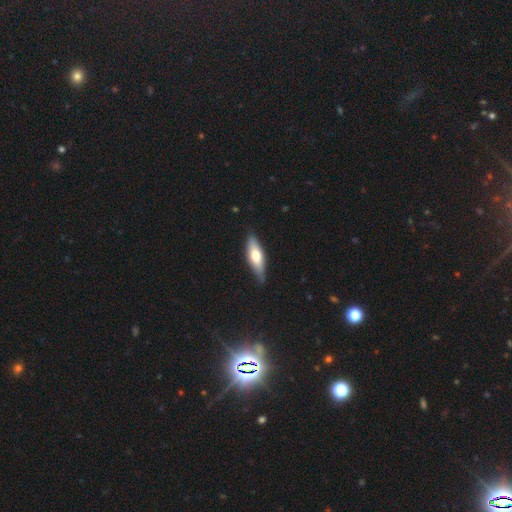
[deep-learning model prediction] smooth_or_featured: smooth (p=0.59) [alt: featured or disk p=0.36]
how_rounded: in between (p=0.55) [alt: cigar-shaped p=0.43]
merging: none (p=0.78) [alt: minor disturbance p=0.18]